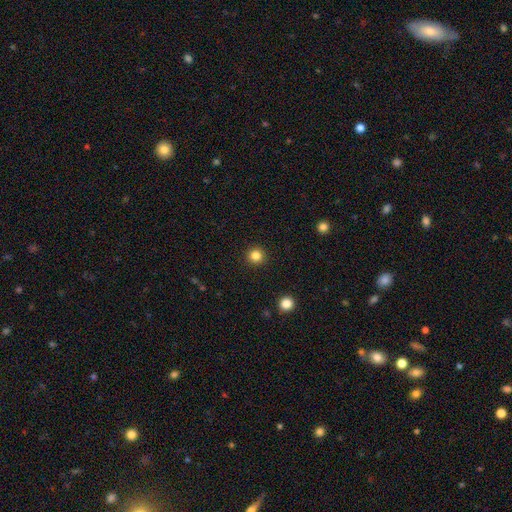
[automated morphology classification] Q: Smooth or featured?
A: smooth (83%); runner-up: star or artifact (13%)
Q: How rounded?
A: round (96%); runner-up: in between (4%)
Q: Merging?
A: none (93%); runner-up: minor disturbance (4%)